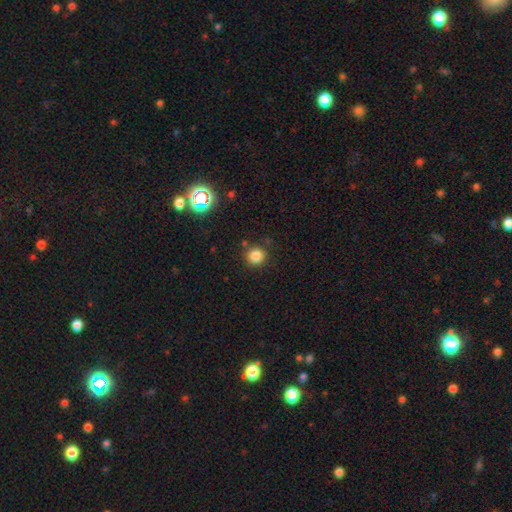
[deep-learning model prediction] The model was most divided on "smooth or featured": smooth: 82%, star or artifact: 13%, featured or disk: 4%. More confident: how rounded — round (92%); merging — none (84%).